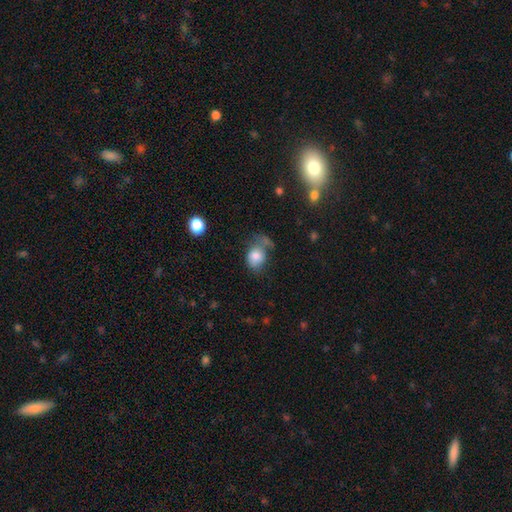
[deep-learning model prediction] Overall: smooth (79%). How rounded: in between (55%; round 44%). Merging: none (37%; minor disturbance 26%).